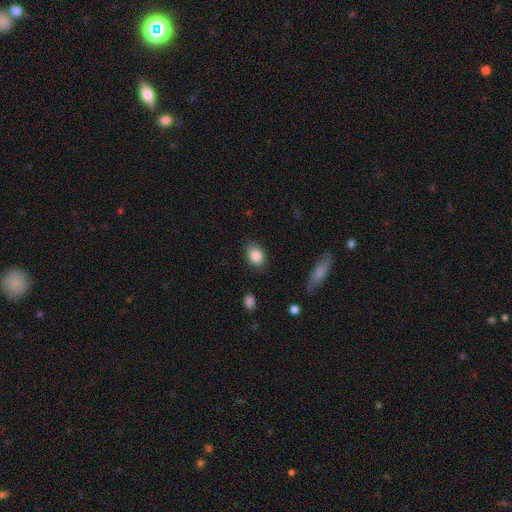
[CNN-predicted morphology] smooth-or-featured: smooth: 87% | star or artifact: 8% | featured or disk: 5%
  how-rounded: in between: 69% | round: 30% | cigar-shaped: 1%
  merging: none: 82% | minor disturbance: 13% | major disturbance: 3% | merger: 2%